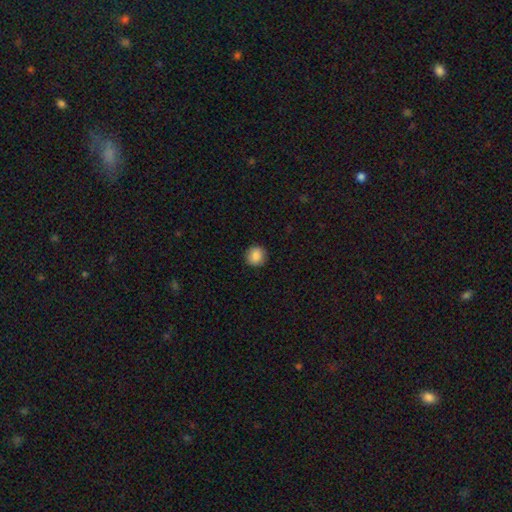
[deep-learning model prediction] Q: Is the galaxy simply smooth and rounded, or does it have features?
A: smooth — 87%.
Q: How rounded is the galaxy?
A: round — 91%.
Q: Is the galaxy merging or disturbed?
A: none — 91%.